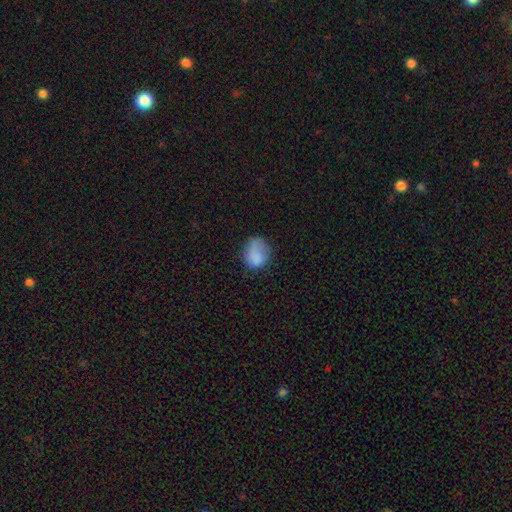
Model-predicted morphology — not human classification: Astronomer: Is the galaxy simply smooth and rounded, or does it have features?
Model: smooth — 78%.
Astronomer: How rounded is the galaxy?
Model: round — 54% (runner-up: in between, 45%).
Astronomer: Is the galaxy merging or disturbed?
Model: none — 47% (runner-up: minor disturbance, 28%).